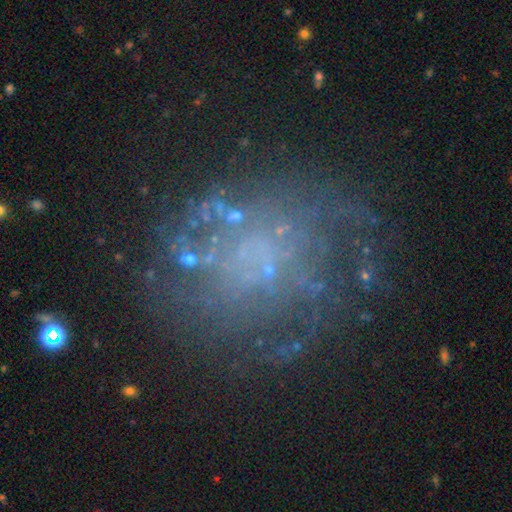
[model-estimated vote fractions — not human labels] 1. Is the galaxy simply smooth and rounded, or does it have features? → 63% featured or disk, 20% star or artifact, 17% smooth.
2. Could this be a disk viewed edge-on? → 98% no, 2% yes.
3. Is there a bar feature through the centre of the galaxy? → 87% no, 10% weak, 3% strong.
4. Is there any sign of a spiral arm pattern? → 54% no, 46% yes.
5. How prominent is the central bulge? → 66% none, 23% small, 7% moderate, 2% large, 1% dominant.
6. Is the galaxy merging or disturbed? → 64% none, 17% major disturbance, 15% minor disturbance, 3% merger.